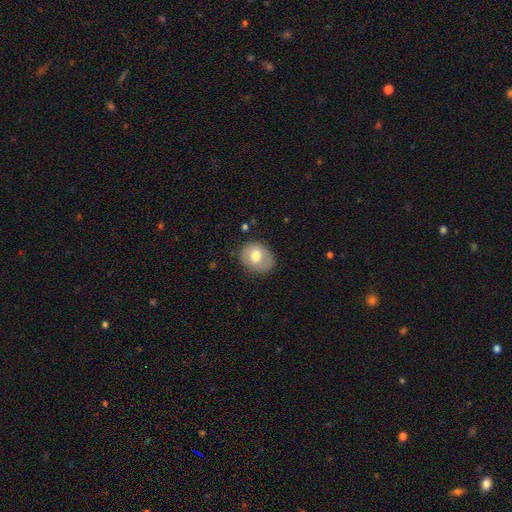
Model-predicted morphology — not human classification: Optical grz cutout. It shows a smooth galaxy with no disk features (67%) that is round (54%). Merging: none (75%).